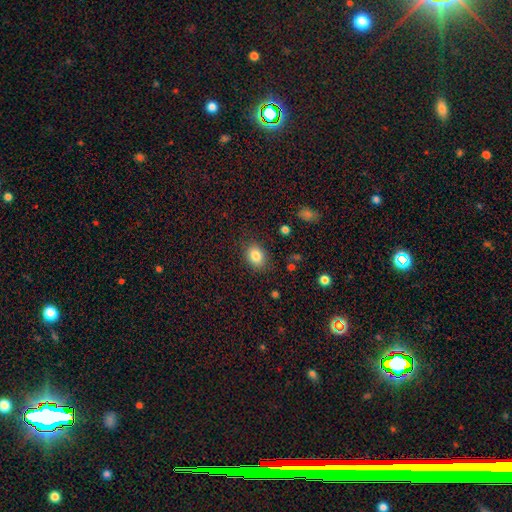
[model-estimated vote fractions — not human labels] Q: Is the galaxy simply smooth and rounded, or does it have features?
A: smooth — 84%.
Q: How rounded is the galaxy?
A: in between — 64%.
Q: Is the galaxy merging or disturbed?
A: none — 85%.